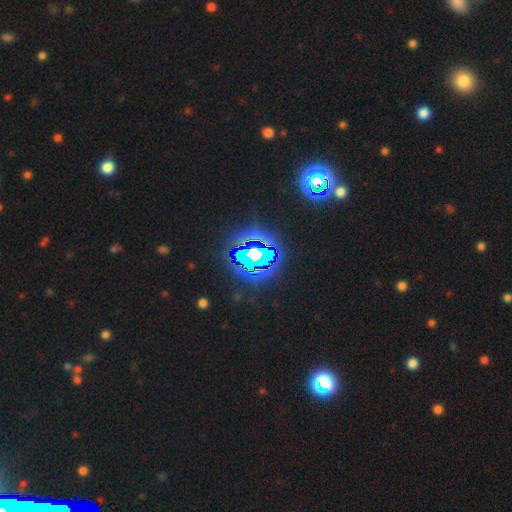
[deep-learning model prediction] smooth_or_featured: star or artifact (p=0.78) [alt: featured or disk p=0.11]